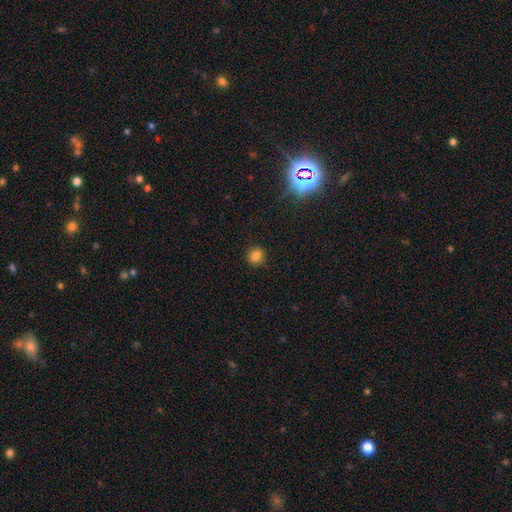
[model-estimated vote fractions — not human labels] This appears to be a smooth galaxy with no disk features (83%) that is round (81%). Merging: none (88%).